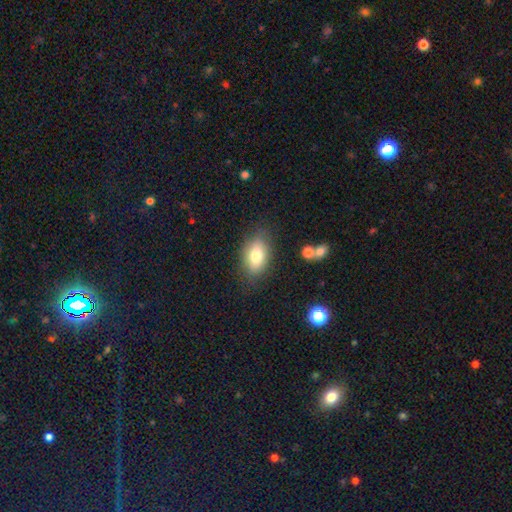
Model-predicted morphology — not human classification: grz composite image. It shows a smooth galaxy with no disk features (77%) that is in between round and cigar-shaped (87%). Merging: none (80%).